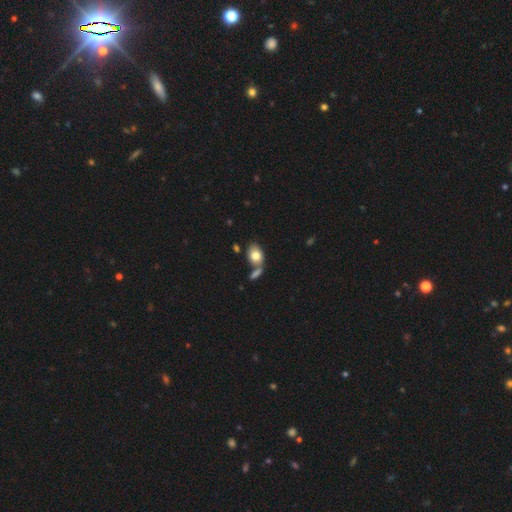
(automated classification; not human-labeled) Smooth or featured? Predicted: smooth (p=0.79). How rounded? Predicted: in between (p=0.80). Merging? Predicted: none (p=0.54).